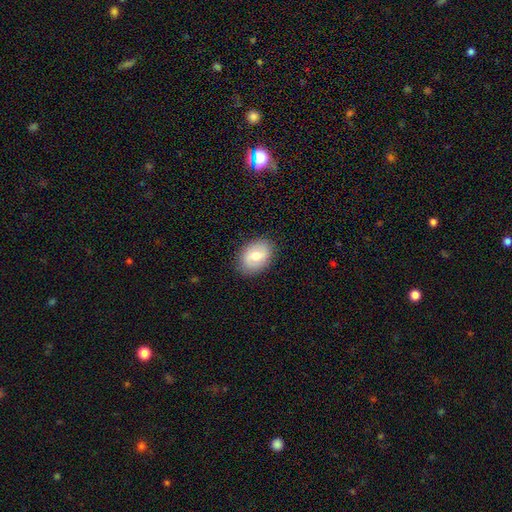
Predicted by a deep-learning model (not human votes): A smooth galaxy with no disk features (63%) that is in between round and cigar-shaped (77%). Merging: none (85%).